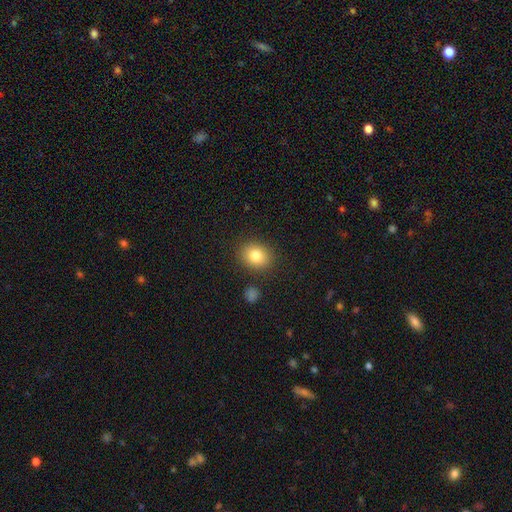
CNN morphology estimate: smooth 81%, star or artifact 10%, featured or disk 9%. Down the decision tree: how rounded — round (60%); merging — none (86%).